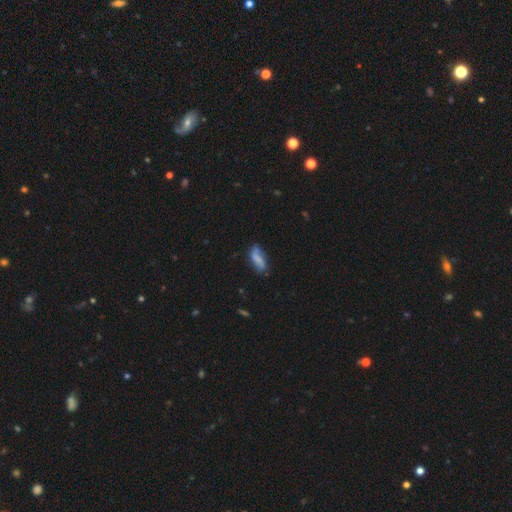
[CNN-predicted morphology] A smooth galaxy with no disk features (54%) that is in between round and cigar-shaped (64%). Merging: none (64%).